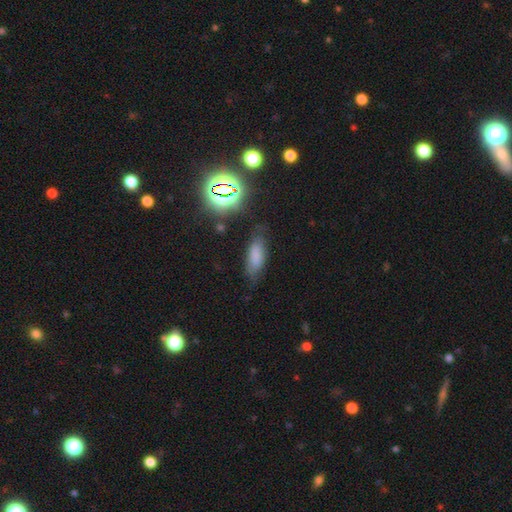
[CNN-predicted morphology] smooth_or_featured: smooth (p=0.70) [alt: star or artifact p=0.17]
how_rounded: in between (p=0.65) [alt: cigar-shaped p=0.32]
merging: none (p=0.70) [alt: minor disturbance p=0.20]